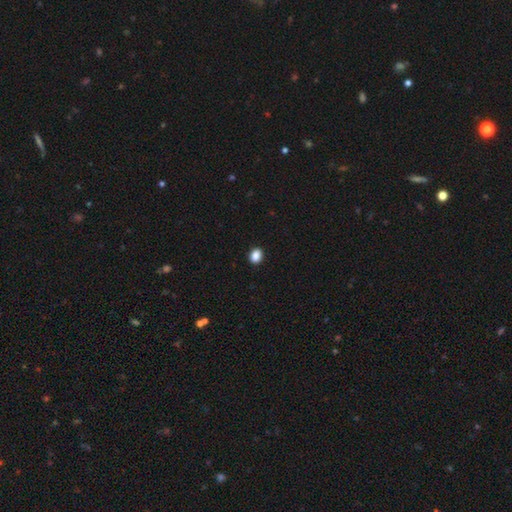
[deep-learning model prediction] Smooth or featured? smooth (88%)
How rounded? in between (60%)
Merging? none (91%)